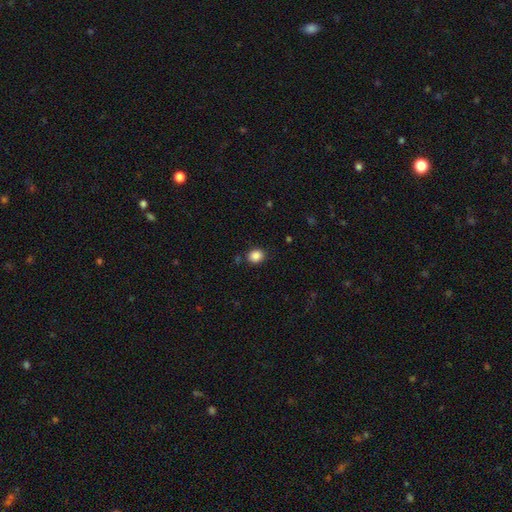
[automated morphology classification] Smooth or featured? Predicted: smooth (p=0.86). How rounded? Predicted: round (p=0.69). Merging? Predicted: none (p=0.85).